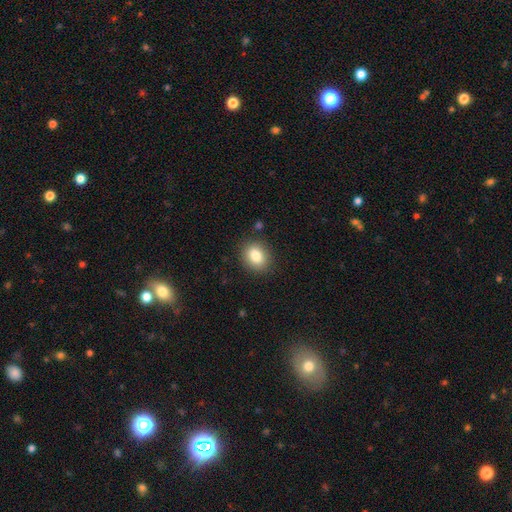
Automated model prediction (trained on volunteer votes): Smooth or featured?
  - smooth: 84% *
  - star or artifact: 9%
  - featured or disk: 7%
How rounded?
  - round: 51% *
  - in between: 48%
  - cigar-shaped: 1%
Merging?
  - none: 86% *
  - minor disturbance: 9%
  - major disturbance: 3%
  - merger: 2%